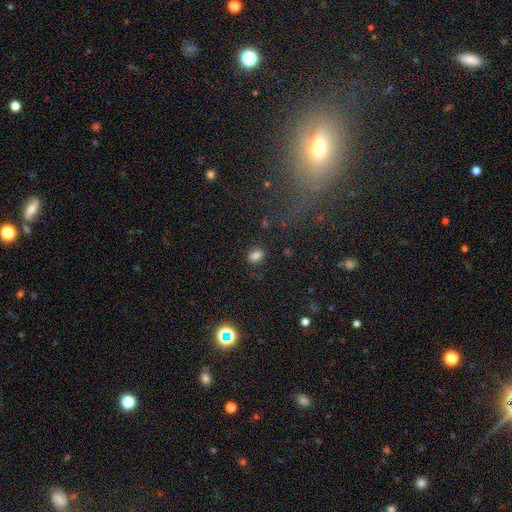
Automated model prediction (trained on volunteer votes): The model was most divided on "how rounded": in between: 72%, round: 26%, cigar-shaped: 1%. More confident: merging — none (83%); smooth or featured — smooth (82%).